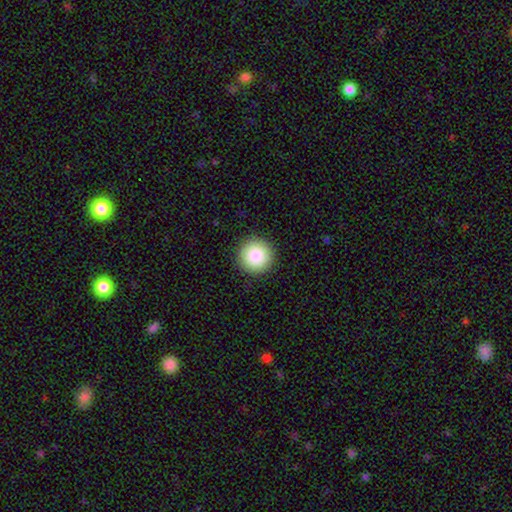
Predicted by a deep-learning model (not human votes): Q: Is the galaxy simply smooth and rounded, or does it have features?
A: smooth — 87%.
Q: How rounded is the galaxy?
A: round — 96%.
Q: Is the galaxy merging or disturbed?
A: none — 93%.